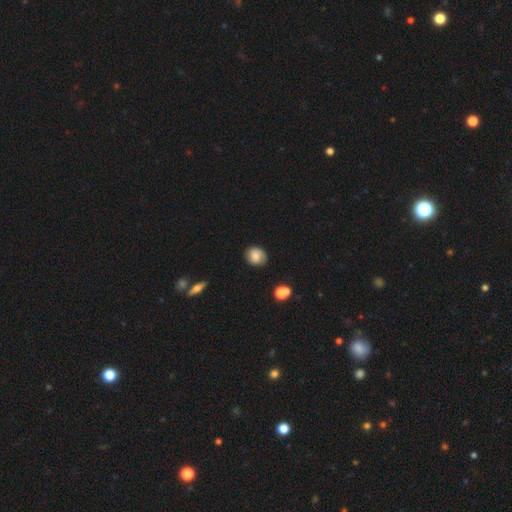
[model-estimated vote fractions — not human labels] Morphology: type=smooth (75%); roundness=round (68%); merging=none (78%).